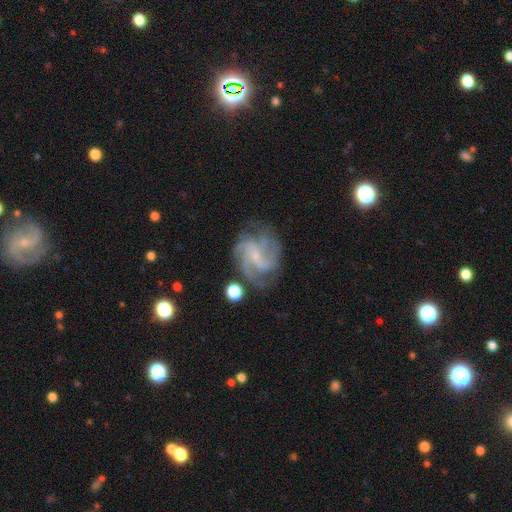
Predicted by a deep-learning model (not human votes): Overall: featured or disk (87%). Edge-on disk: no (98%). Bar: weak (44%; no 43%). Spiral arms: yes (97%). Spiral arm count: 3 (36%; 4 32%). Spiral winding: medium (51%; tight 34%). Bulge size: small (67%). Merging: none (71%).